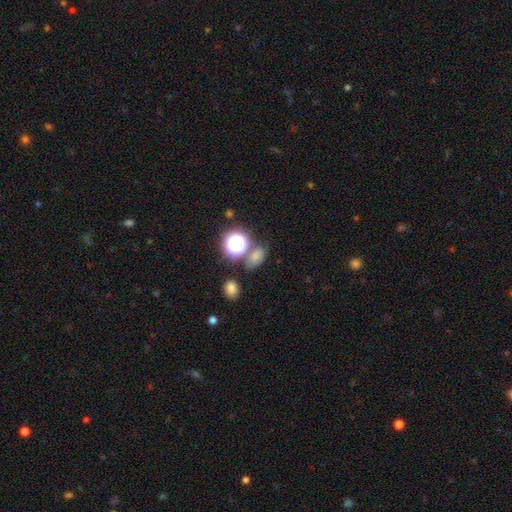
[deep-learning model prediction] A smooth galaxy with no disk features (66%) that is in between round and cigar-shaped (62%).

Vote fractions:
- Smooth or featured? smooth: 66% / star or artifact: 25% / featured or disk: 9%
- How rounded? in between: 62% / round: 36% / cigar-shaped: 2%
- Merging? none: 64% / merger: 16% / minor disturbance: 14% / major disturbance: 6%